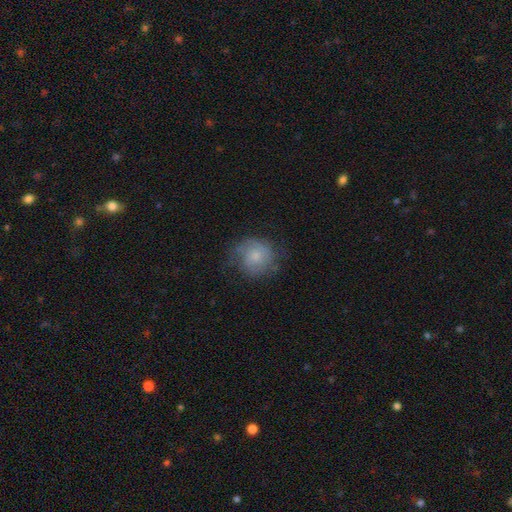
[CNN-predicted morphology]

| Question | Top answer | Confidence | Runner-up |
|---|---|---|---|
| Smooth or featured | smooth | 54% | featured or disk (38%) |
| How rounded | round | 82% | in between (17%) |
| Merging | none | 58% | minor disturbance (26%) |